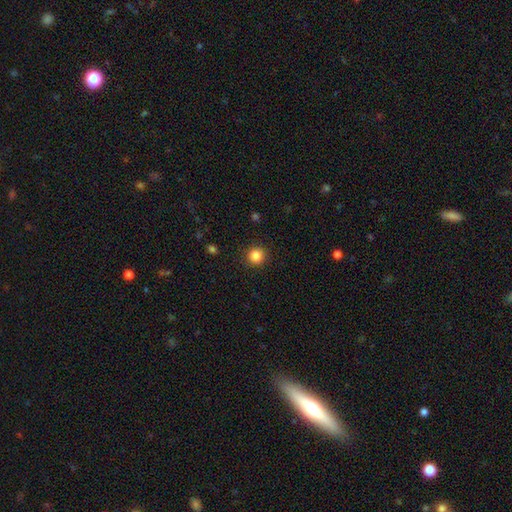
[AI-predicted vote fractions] The model was most divided on "smooth or featured": smooth: 85%, star or artifact: 11%, featured or disk: 4%. More confident: how rounded — round (93%); merging — none (91%).